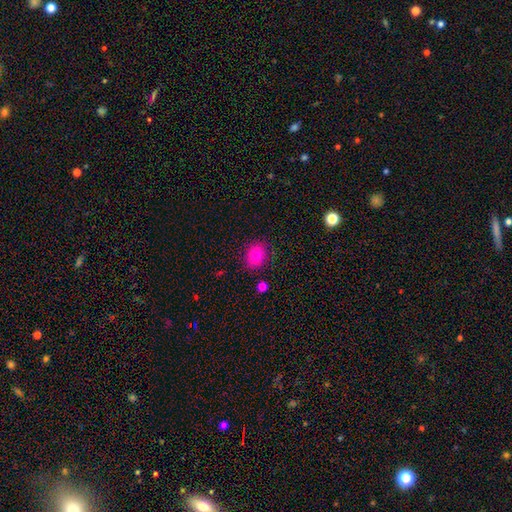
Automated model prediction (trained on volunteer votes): smooth-or-featured: smooth: 81% | star or artifact: 10% | featured or disk: 9%
  how-rounded: round: 53% | in between: 46% | cigar-shaped: 1%
  merging: none: 86% | minor disturbance: 9% | major disturbance: 3% | merger: 2%